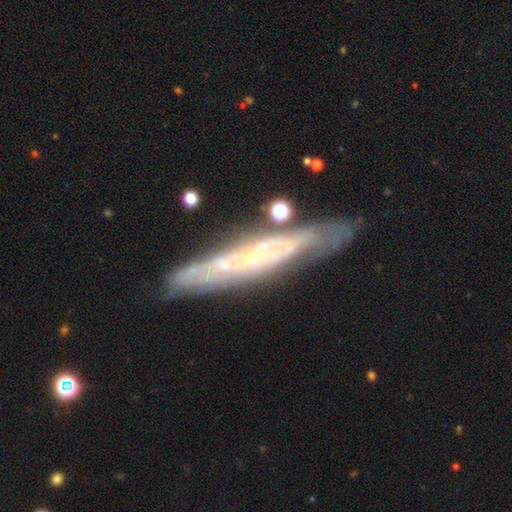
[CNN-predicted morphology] Overall: featured or disk (74%). Edge-on disk: yes (59%; no 41%). Merging: none (73%).